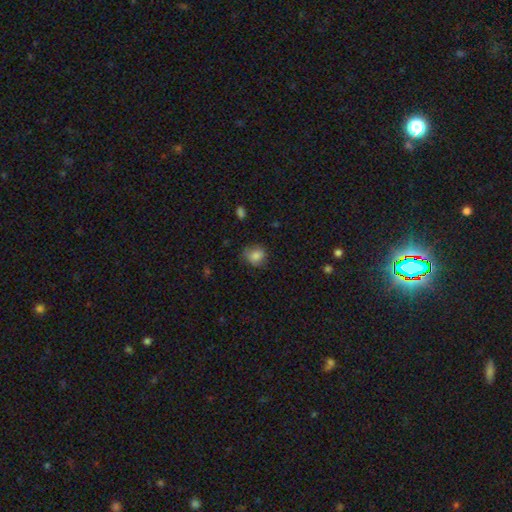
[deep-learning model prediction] smooth_or_featured: smooth (p=0.83) [alt: star or artifact p=0.10]
how_rounded: round (p=0.68) [alt: in between p=0.31]
merging: none (p=0.69) [alt: minor disturbance p=0.24]